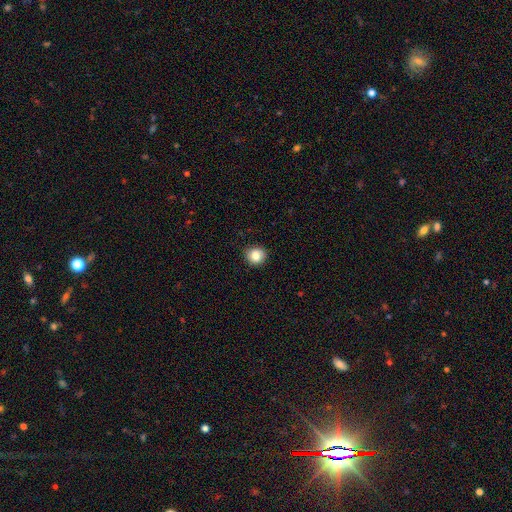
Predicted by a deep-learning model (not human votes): Smooth or featured?
  - smooth: 85% *
  - star or artifact: 10%
  - featured or disk: 6%
How rounded?
  - round: 88% *
  - in between: 12%
  - cigar-shaped: 1%
Merging?
  - none: 88% *
  - minor disturbance: 9%
  - major disturbance: 2%
  - merger: 1%